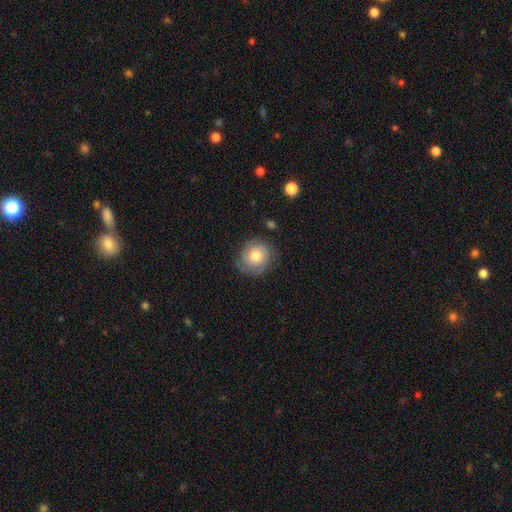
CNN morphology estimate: Smooth or featured: smooth — 49% (featured or disk — 43%)
Merging: none — 74% (minor disturbance — 18%)